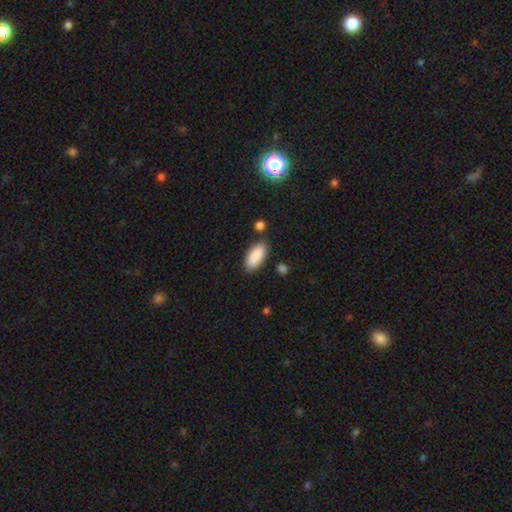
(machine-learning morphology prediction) type=smooth (89%); roundness=in between (89%); merging=none (81%).